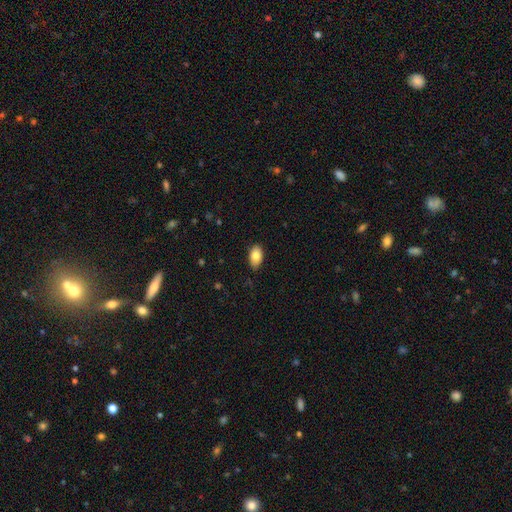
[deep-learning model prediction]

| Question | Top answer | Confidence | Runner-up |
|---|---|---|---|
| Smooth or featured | smooth | 82% | featured or disk (11%) |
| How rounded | in between | 93% | round (5%) |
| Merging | none | 85% | minor disturbance (12%) |